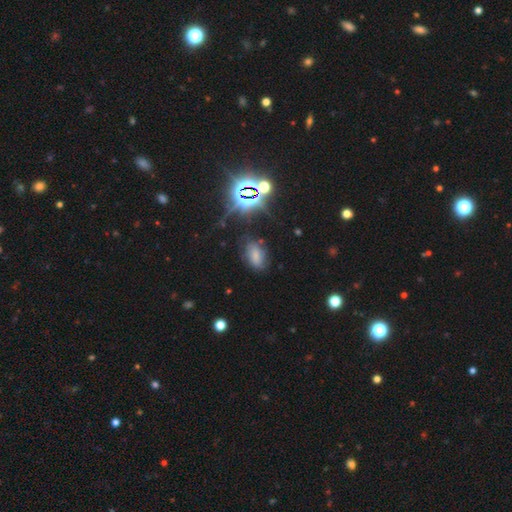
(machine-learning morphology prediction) Smooth or featured? smooth (54%)
How rounded? in between (88%)
Merging? none (69%)